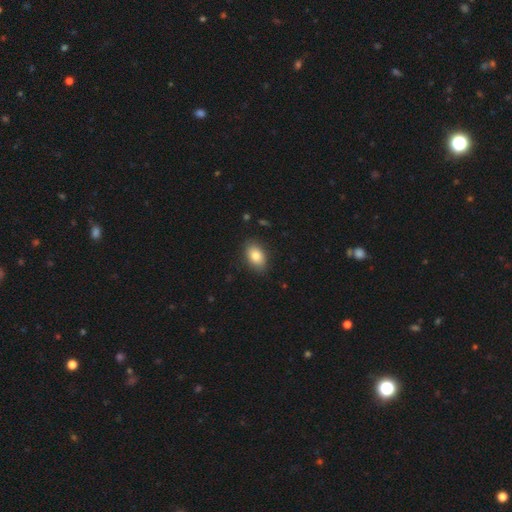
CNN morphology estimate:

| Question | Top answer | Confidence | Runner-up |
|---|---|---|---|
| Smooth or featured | smooth | 83% | featured or disk (9%) |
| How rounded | in between | 89% | round (9%) |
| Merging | none | 86% | minor disturbance (11%) |